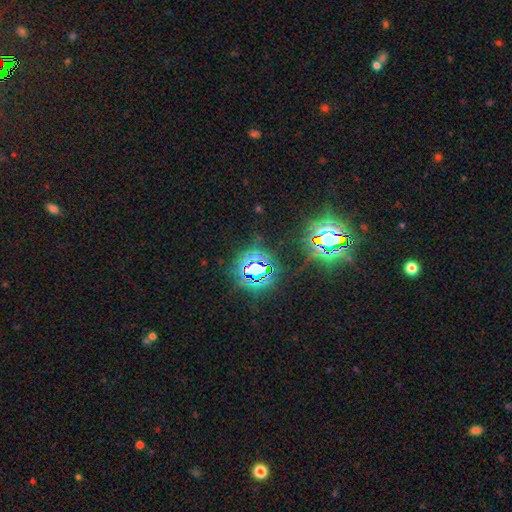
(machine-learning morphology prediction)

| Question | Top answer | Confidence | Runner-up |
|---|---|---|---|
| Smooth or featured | star or artifact | 81% | smooth (12%) |